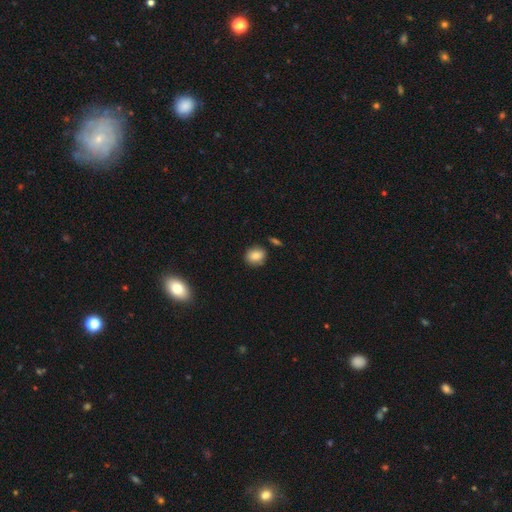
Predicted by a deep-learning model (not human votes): Q: Smooth or featured?
A: smooth (82%); runner-up: star or artifact (10%)
Q: How rounded?
A: round (71%); runner-up: in between (27%)
Q: Merging?
A: none (82%); runner-up: minor disturbance (11%)